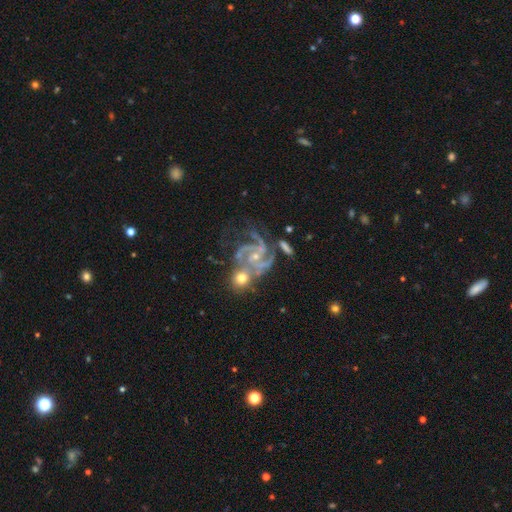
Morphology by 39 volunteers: This is clearly a featured or disk galaxy (97%). It is clearly not viewed edge-on (97%). Bar: likely no (65%). Spiral arm pattern: clearly yes (100%). Spiral arm count: likely 3 (78%). Spiral winding: likely medium (62%). Central bulge: likely small (70%). Merging: marginally major disturbance (37%).